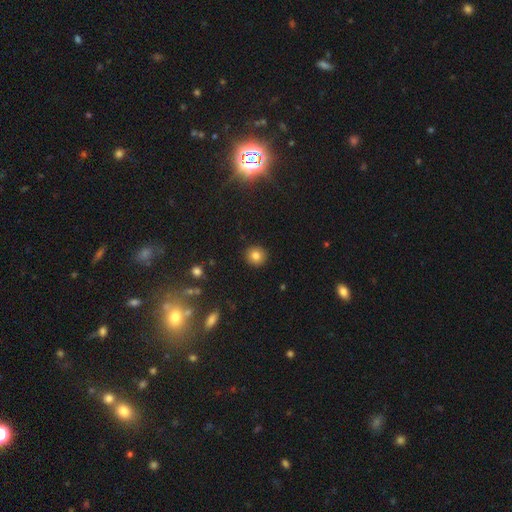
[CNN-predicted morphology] A smooth galaxy with no disk features (81%) that is round (92%). Merging: none (92%).